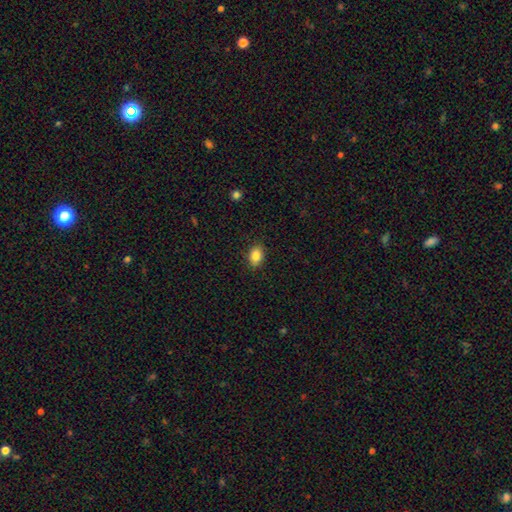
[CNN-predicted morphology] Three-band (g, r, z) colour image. It shows a smooth galaxy with no disk features (85%) that is in between round and cigar-shaped (74%). Merging: none (88%).